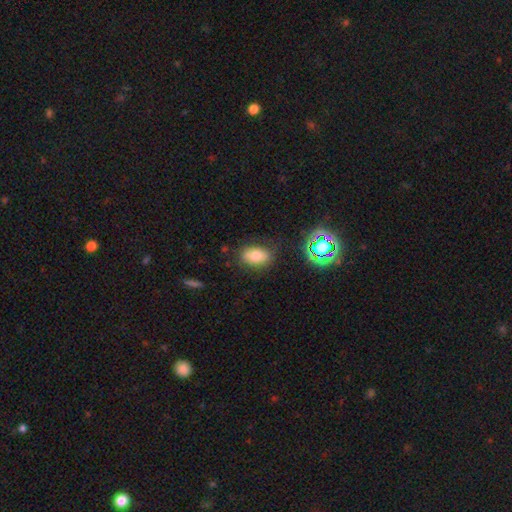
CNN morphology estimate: Smooth or featured? smooth (73%)
How rounded? in between (85%)
Merging? none (78%)